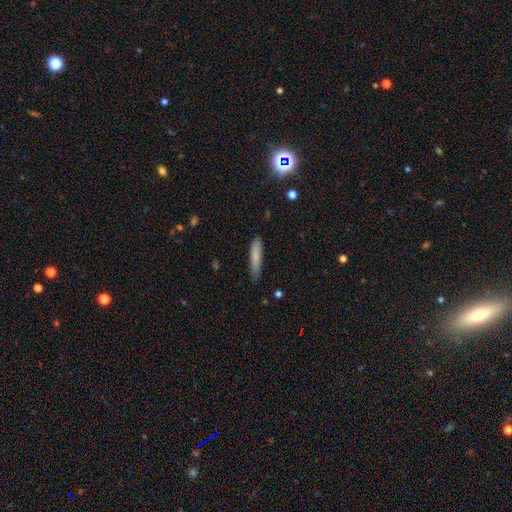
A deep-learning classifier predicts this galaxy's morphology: A smooth galaxy with no disk features (77%) that is cigar-shaped (90%). Merging: none (80%).